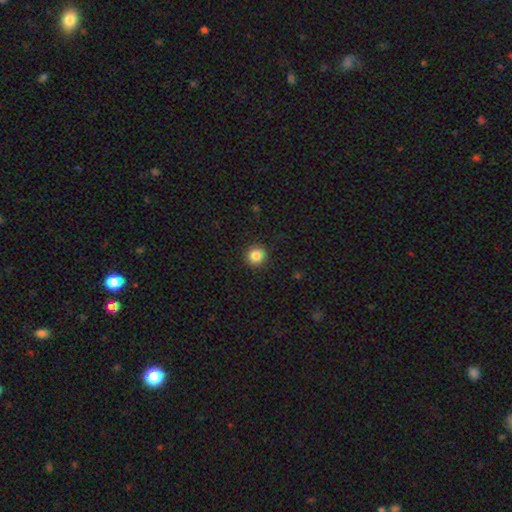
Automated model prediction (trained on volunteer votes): This is clearly a smooth galaxy (86%). How rounded: clearly round (92%). Merging: clearly none (91%).